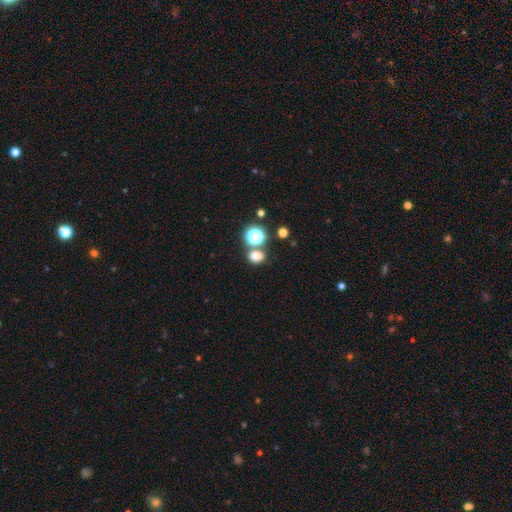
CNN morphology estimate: Smooth or featured? Predicted: smooth (p=0.73). How rounded? Predicted: round (p=0.56). Merging? Predicted: none (p=0.66).